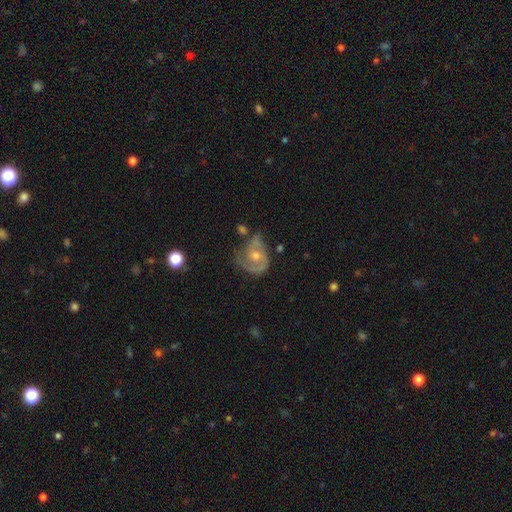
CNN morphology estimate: Q: Smooth or featured?
A: featured or disk (77%); runner-up: smooth (15%)
Q: Edge-on disk?
A: no (97%); runner-up: yes (3%)
Q: Bar?
A: no (72%); runner-up: weak (23%)
Q: Spiral arms?
A: yes (86%); runner-up: no (14%)
Q: Spiral winding?
A: tight (45%); runner-up: medium (39%)
Q: Spiral arm count?
A: 2 (51%); runner-up: 1 (22%)
Q: Bulge size?
A: moderate (61%); runner-up: small (34%)
Q: Merging?
A: none (48%); runner-up: minor disturbance (26%)